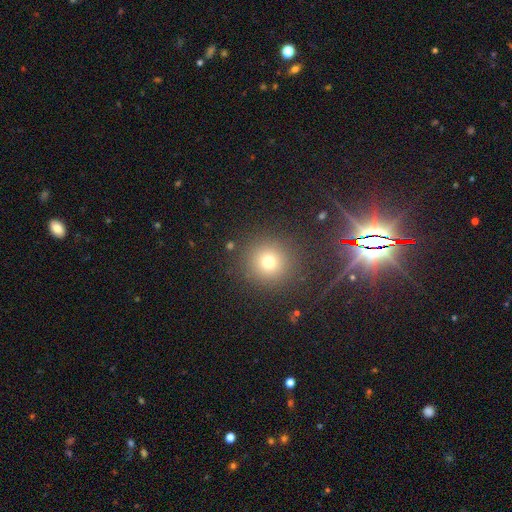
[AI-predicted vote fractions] Smooth or featured? Predicted: smooth (p=0.52). How rounded? Predicted: round (p=0.93). Merging? Predicted: none (p=0.88).